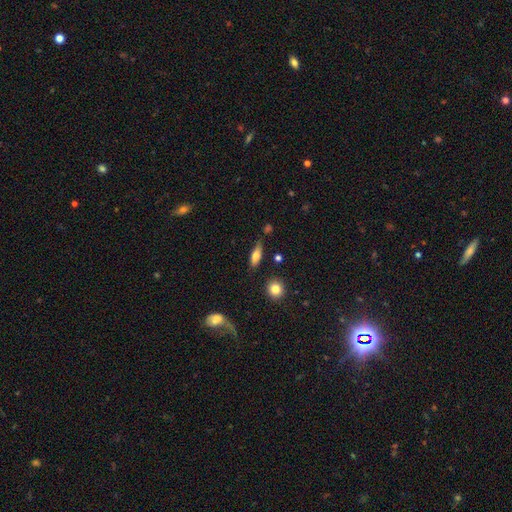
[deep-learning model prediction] This is likely a smooth galaxy (72%). How rounded: likely in between (63%). Merging: likely none (69%).